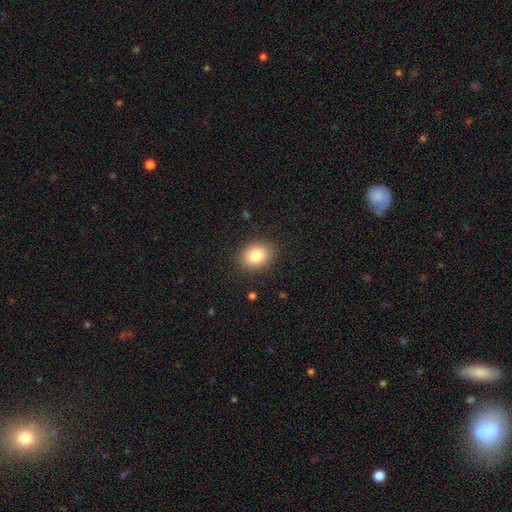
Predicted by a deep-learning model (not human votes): The model was most divided on "how rounded": in between: 53%, round: 47%, cigar-shaped: 1%. More confident: merging — none (88%); smooth or featured — smooth (82%).